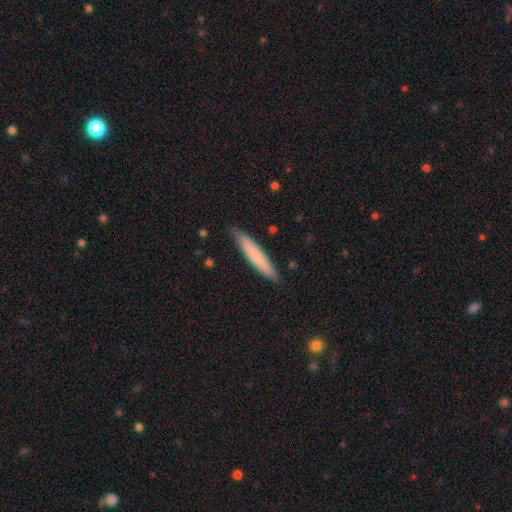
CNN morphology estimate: Smooth or featured?
  - smooth: 75% *
  - featured or disk: 20%
  - star or artifact: 6%
How rounded?
  - cigar-shaped: 92% *
  - in between: 7%
  - round: 1%
Merging?
  - none: 86% *
  - minor disturbance: 11%
  - major disturbance: 2%
  - merger: 1%